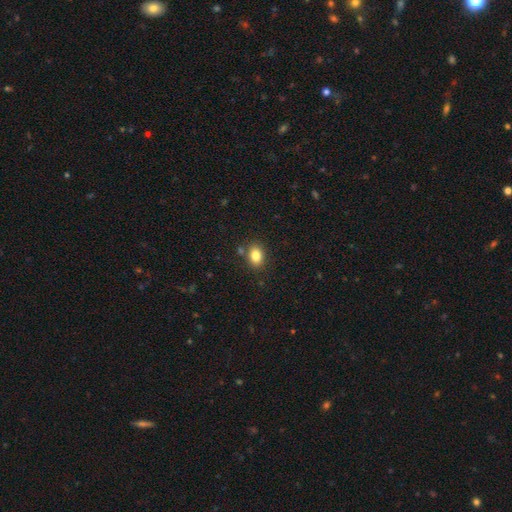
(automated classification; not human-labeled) Smooth or featured? smooth (84%)
How rounded? in between (69%)
Merging? none (81%)